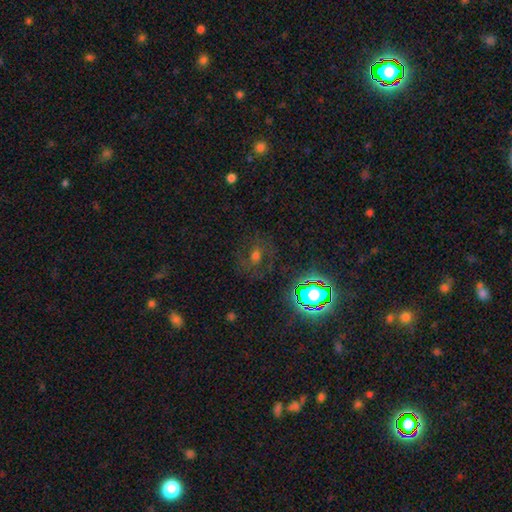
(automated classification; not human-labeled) This appears to be a star or artifact, not a galaxy (35%).